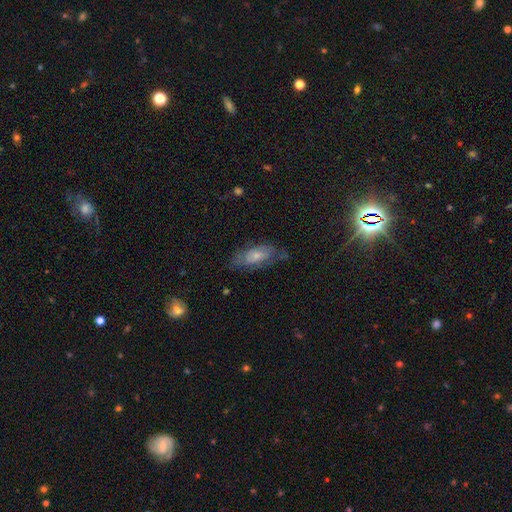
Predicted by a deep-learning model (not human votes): Smooth or featured? smooth (48%)
Merging? none (56%)